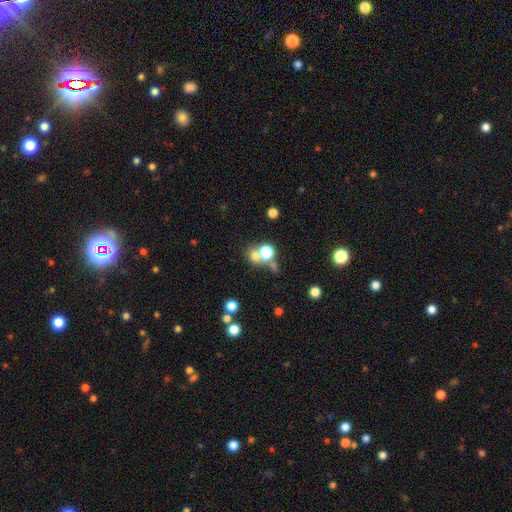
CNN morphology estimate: type=smooth (64%); roundness=round (80%); merging=none (49%).